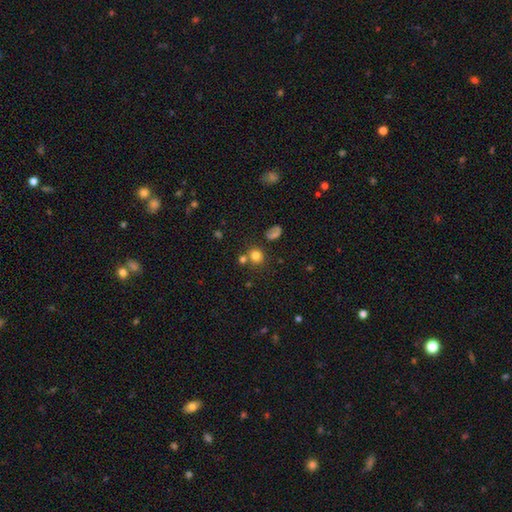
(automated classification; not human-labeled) Overall: smooth (77%). How rounded: round (85%). Merging: none (68%).